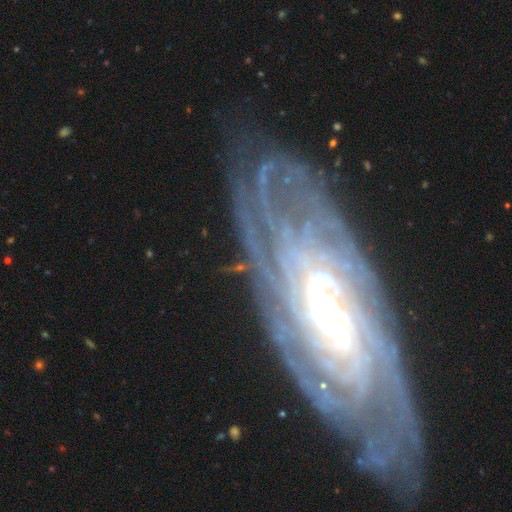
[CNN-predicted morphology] A featured or disk galaxy (87%) with no bar (44%), tight (80%) spiral arms (97%) and a moderate central bulge (46%).

Vote fractions:
- Smooth or featured? featured or disk: 87% / star or artifact: 7% / smooth: 6%
- Edge-on disk? no: 88% / yes: 12%
- Bar? no: 44% / weak: 36% / strong: 21%
- Spiral arms? yes: 97% / no: 3%
- Spiral winding? tight: 80% / medium: 17% / loose: 3%
- Spiral arm count? can't tell: 34% / more than 4: 25% / 4: 15% / 3: 10% / 2: 9% / 1: 7%
- Bulge size? moderate: 46% / small: 35% / large: 13% / none: 3% / dominant: 2%
- Merging? none: 78% / minor disturbance: 15% / major disturbance: 5% / merger: 2%